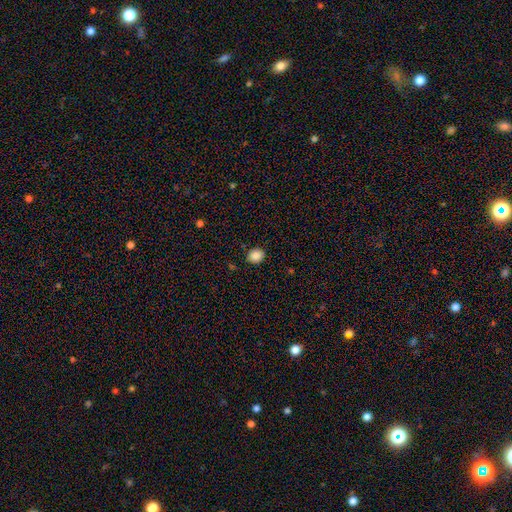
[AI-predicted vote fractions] Q: Smooth or featured?
A: smooth (87%); runner-up: star or artifact (10%)
Q: How rounded?
A: round (66%); runner-up: in between (33%)
Q: Merging?
A: none (88%); runner-up: minor disturbance (8%)